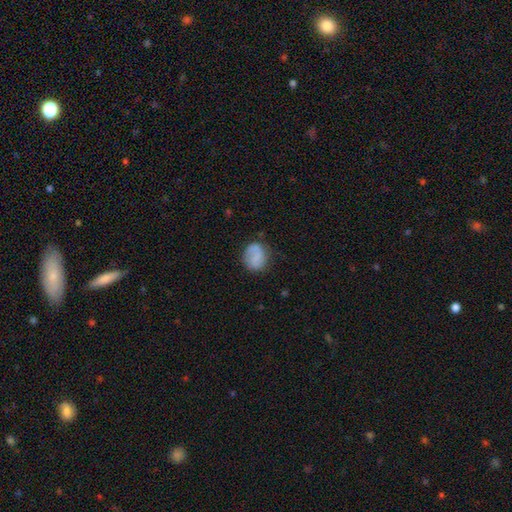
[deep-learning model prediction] smooth_or_featured: smooth (p=0.71) [alt: featured or disk p=0.21]
how_rounded: round (p=0.66) [alt: in between p=0.33]
merging: none (p=0.66) [alt: minor disturbance p=0.23]